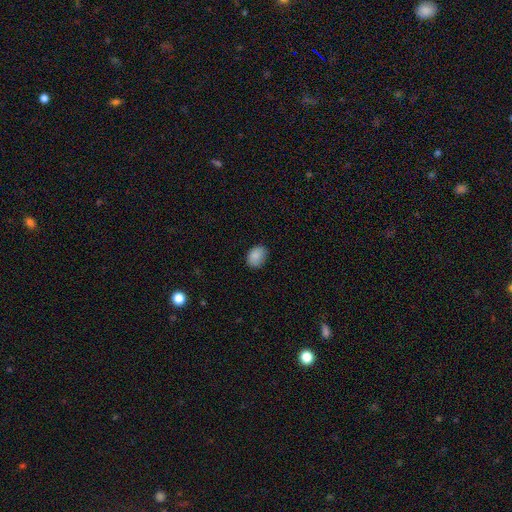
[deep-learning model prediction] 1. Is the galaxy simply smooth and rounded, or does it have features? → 87% smooth, 8% star or artifact, 5% featured or disk.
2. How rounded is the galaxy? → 69% in between, 30% round, 1% cigar-shaped.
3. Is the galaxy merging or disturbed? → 77% none, 18% minor disturbance, 3% major disturbance, 1% merger.